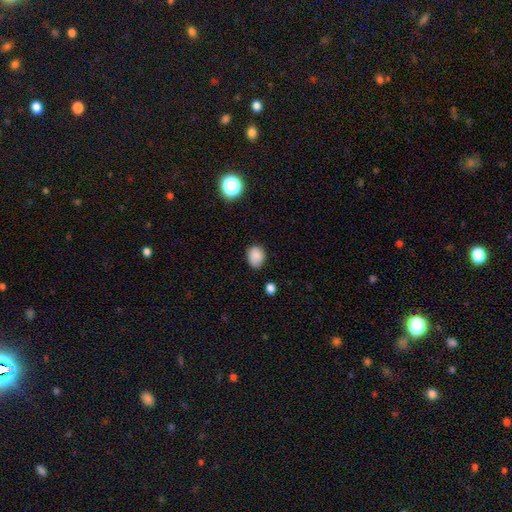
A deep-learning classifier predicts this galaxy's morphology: Smooth or featured? smooth (86%)
How rounded? in between (55%)
Merging? none (74%)